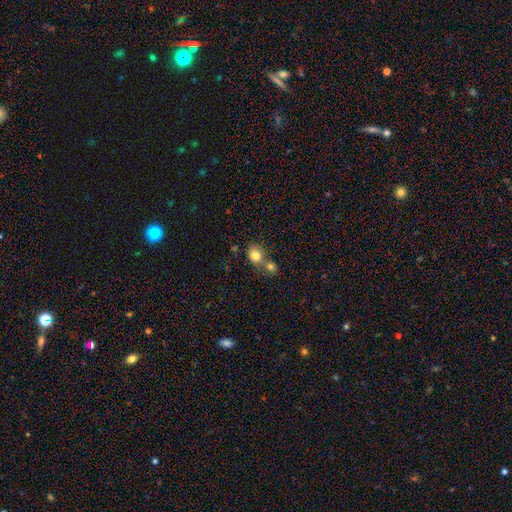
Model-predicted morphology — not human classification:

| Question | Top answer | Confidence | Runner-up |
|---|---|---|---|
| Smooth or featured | smooth | 80% | star or artifact (10%) |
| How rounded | round | 61% | in between (38%) |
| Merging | merger | 52% | none (35%) |